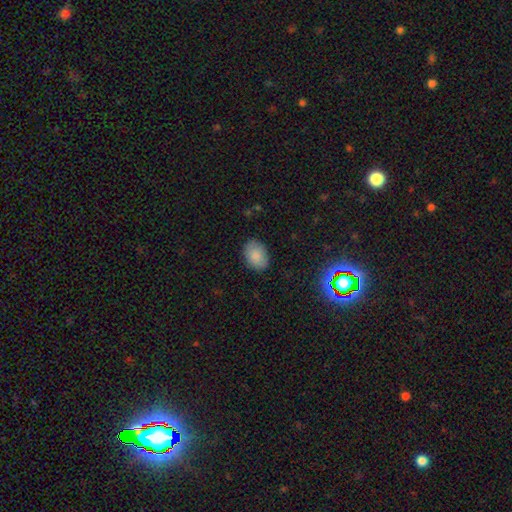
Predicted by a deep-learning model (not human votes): A smooth galaxy with no disk features (87%) that is in between round and cigar-shaped (82%).

Vote fractions:
- Smooth or featured? smooth: 87% / star or artifact: 8% / featured or disk: 6%
- How rounded? in between: 82% / round: 17% / cigar-shaped: 1%
- Merging? none: 85% / minor disturbance: 11% / major disturbance: 2% / merger: 1%